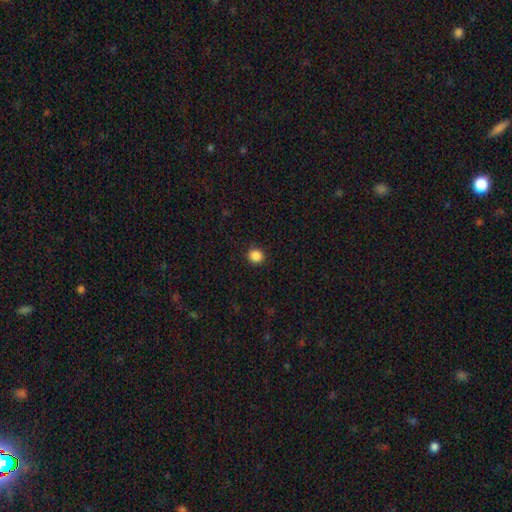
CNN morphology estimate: Smooth or featured: smooth — 86% (star or artifact — 11%)
How rounded: round — 93% (in between — 7%)
Merging: none — 92% (minor disturbance — 5%)